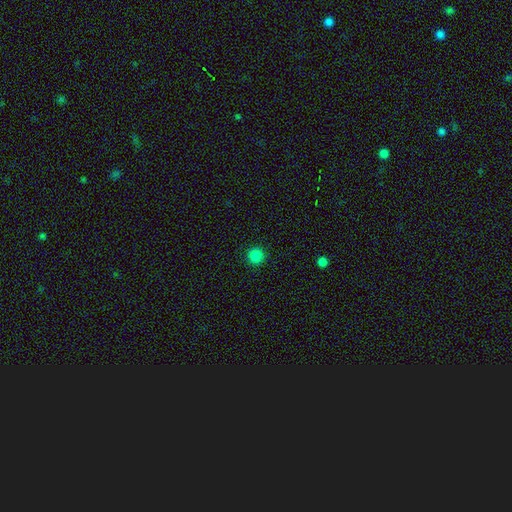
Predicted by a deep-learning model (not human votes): smooth_or_featured: smooth (p=0.85) [alt: star or artifact p=0.12]
how_rounded: round (p=0.96) [alt: in between p=0.03]
merging: none (p=0.93) [alt: minor disturbance p=0.04]